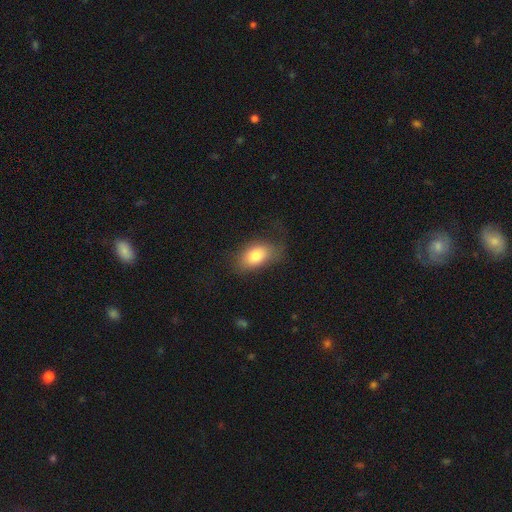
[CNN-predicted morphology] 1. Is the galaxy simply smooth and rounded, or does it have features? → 80% smooth, 13% featured or disk, 8% star or artifact.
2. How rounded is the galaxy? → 90% in between, 8% round, 2% cigar-shaped.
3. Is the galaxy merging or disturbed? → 59% none, 24% minor disturbance, 15% major disturbance, 2% merger.